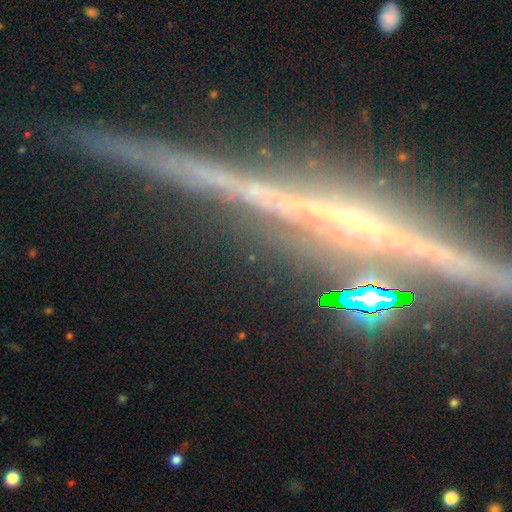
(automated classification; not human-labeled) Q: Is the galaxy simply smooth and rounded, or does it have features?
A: featured or disk — 69%.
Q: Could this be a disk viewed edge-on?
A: yes — 94%.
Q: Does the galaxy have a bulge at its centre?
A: none — 51%.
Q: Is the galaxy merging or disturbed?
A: none — 82%.